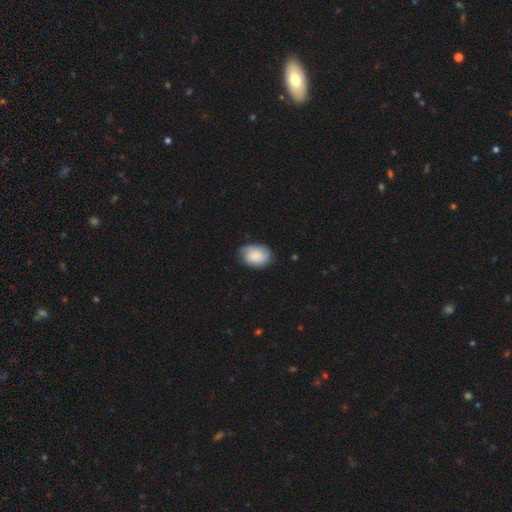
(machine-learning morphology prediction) smooth_or_featured: smooth (p=0.64) [alt: featured or disk p=0.29]
how_rounded: in between (p=0.77) [alt: round p=0.22]
merging: none (p=0.69) [alt: minor disturbance p=0.24]